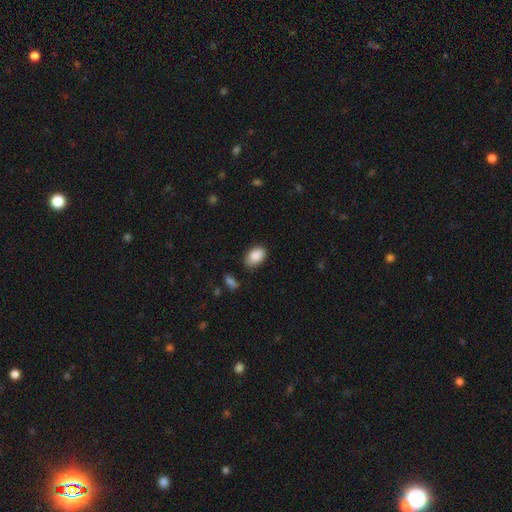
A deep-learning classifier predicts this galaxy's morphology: Smooth or featured? smooth (89%)
How rounded? in between (89%)
Merging? none (78%)